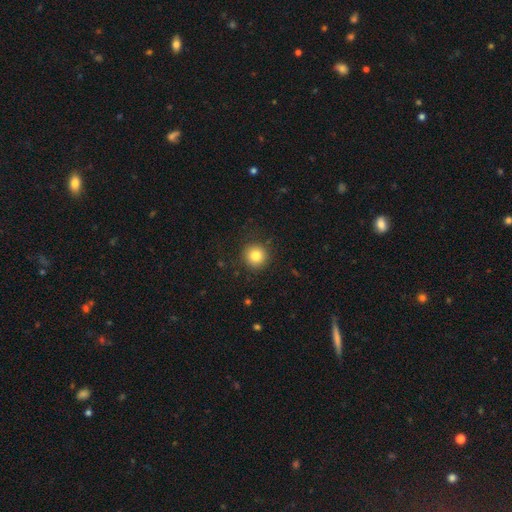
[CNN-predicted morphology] This appears to be a smooth galaxy with no disk features (82%) that is round (95%). Merging: none (89%).